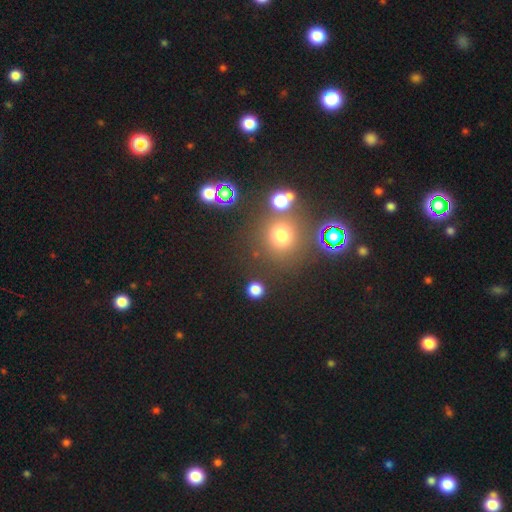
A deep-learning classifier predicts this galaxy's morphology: This appears to be a star or artifact, not a galaxy (46%, tied with smooth).